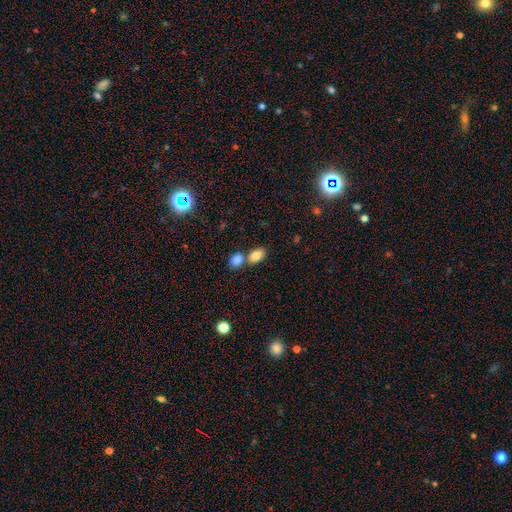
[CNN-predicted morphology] This appears to be a smooth galaxy with no disk features (84%) that is in between round and cigar-shaped (88%). Merging: none (49%).